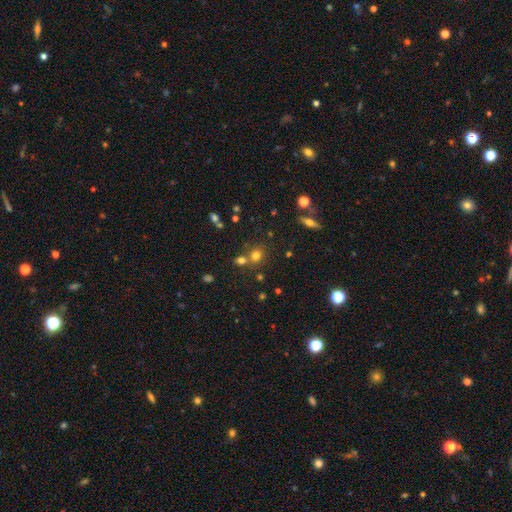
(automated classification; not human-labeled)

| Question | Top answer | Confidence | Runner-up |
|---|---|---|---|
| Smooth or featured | smooth | 69% | star or artifact (20%) |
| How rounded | round | 77% | in between (21%) |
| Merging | none | 56% | merger (32%) |